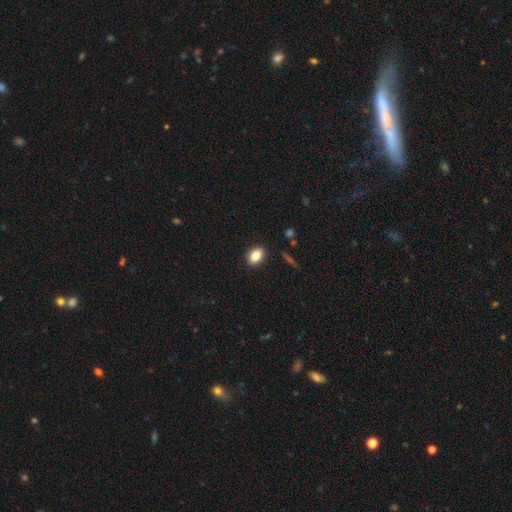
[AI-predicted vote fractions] A smooth galaxy with no disk features (83%) that is in between round and cigar-shaped (74%). Merging: none (89%).